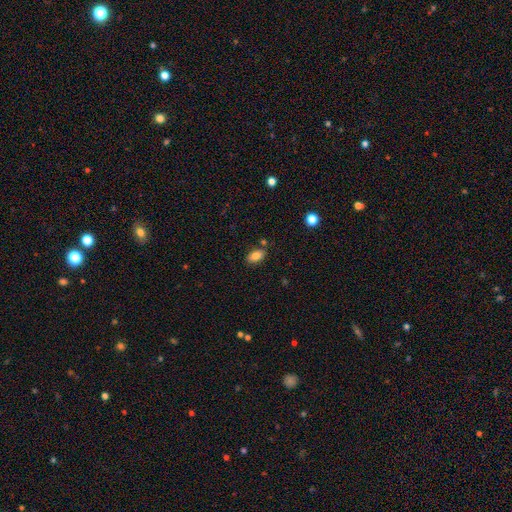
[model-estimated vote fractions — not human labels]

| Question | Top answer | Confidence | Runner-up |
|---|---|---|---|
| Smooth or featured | smooth | 83% | star or artifact (9%) |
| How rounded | in between | 91% | round (5%) |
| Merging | none | 81% | minor disturbance (12%) |